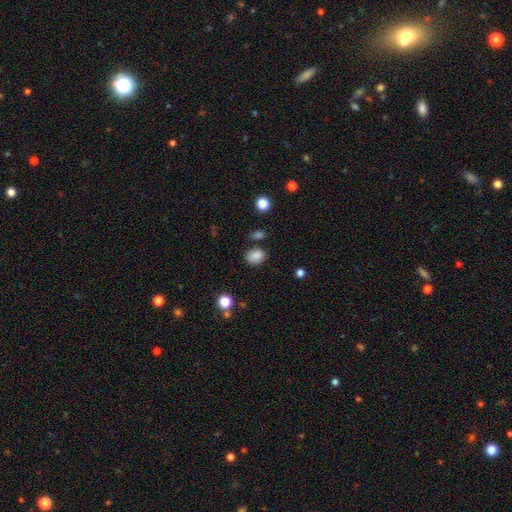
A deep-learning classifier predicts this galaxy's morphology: This is clearly a smooth galaxy (85%). How rounded: possibly in between (57%). Merging: likely none (75%).